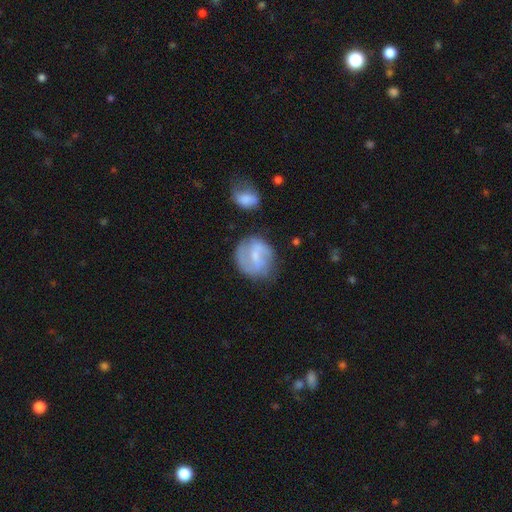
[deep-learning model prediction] Smooth or featured? Predicted: featured or disk (p=0.61). Edge-on disk? Predicted: no (p=0.97). Bar? Predicted: weak (p=0.54). Spiral arms? Predicted: yes (p=0.81). Bulge size? Predicted: small (p=0.53). Merging? Predicted: none (p=0.64).